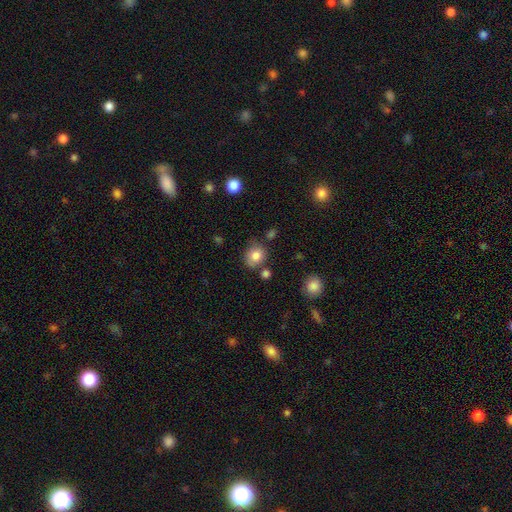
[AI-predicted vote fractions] This appears to be a smooth galaxy with no disk features (82%) that is round (69%). Merging: none (71%).